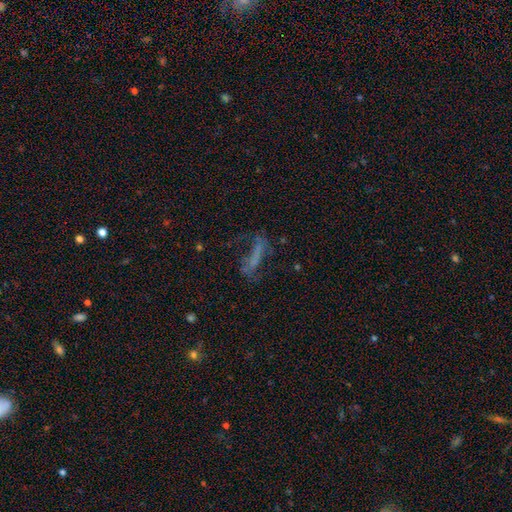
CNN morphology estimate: type=featured or disk (42%); merging=none (42%).